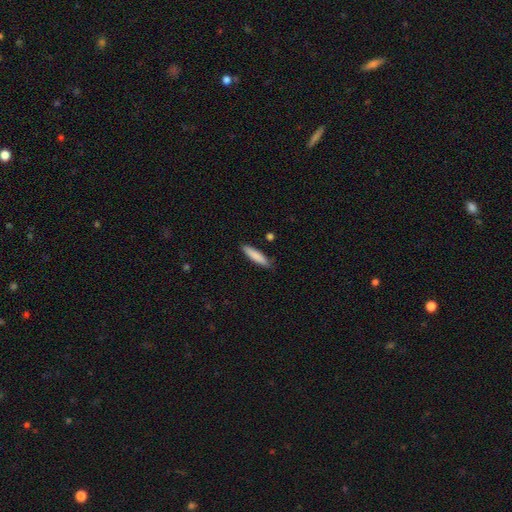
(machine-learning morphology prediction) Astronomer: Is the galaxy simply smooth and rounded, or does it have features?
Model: smooth — 84%.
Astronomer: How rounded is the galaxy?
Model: cigar-shaped — 80%.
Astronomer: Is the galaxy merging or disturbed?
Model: none — 85%.